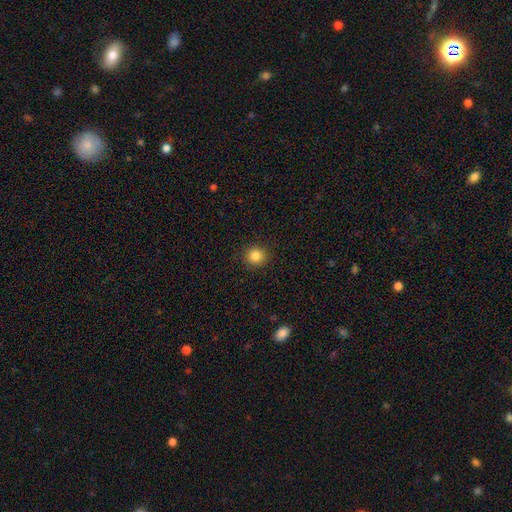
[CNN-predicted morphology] smooth-or-featured: smooth: 84% | star or artifact: 11% | featured or disk: 5%
  how-rounded: round: 92% | in between: 7% | cigar-shaped: 1%
  merging: none: 92% | minor disturbance: 5% | major disturbance: 2% | merger: 1%